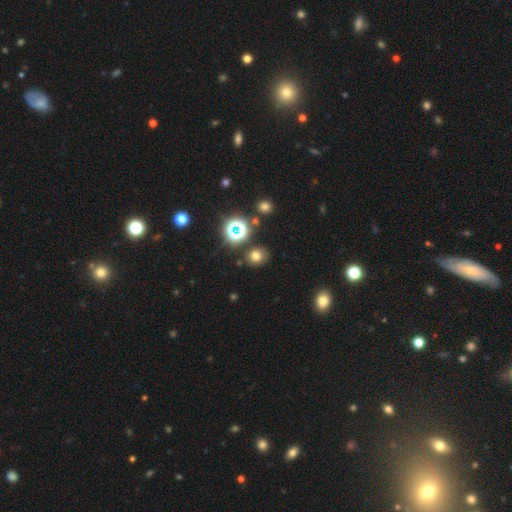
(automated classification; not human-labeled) Smooth or featured: smooth — 67% (star or artifact — 23%)
How rounded: round — 67% (in between — 32%)
Merging: none — 81% (minor disturbance — 11%)